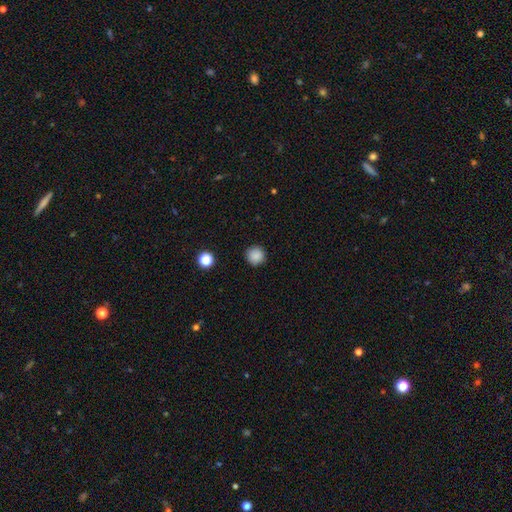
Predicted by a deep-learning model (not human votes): Overall: smooth (87%). How rounded: round (95%). Merging: none (90%).